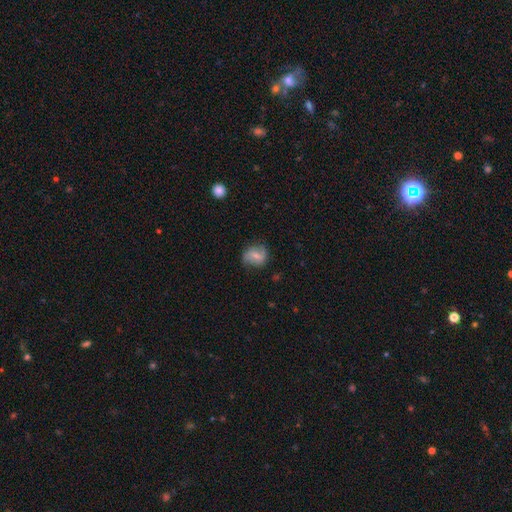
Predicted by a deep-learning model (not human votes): A featured or disk galaxy (47%). Merging: none (70%).